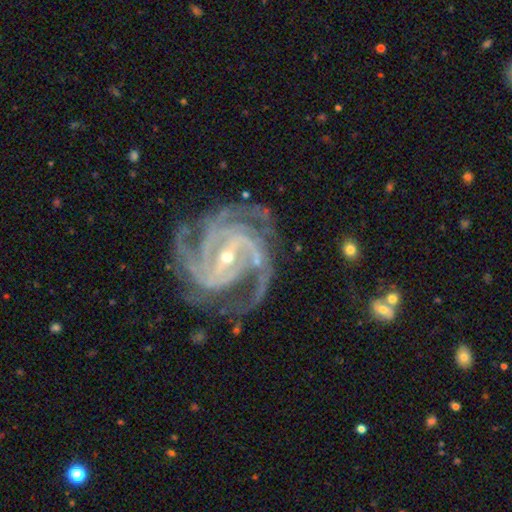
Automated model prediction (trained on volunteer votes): Morphology: type=featured or disk (93%); edge-on=no (98%); bar=strong (53%); spiral arms=yes (99%); winding=tight (54%); arm count=4 (33%); bulge=small (69%); merging=none (70%).